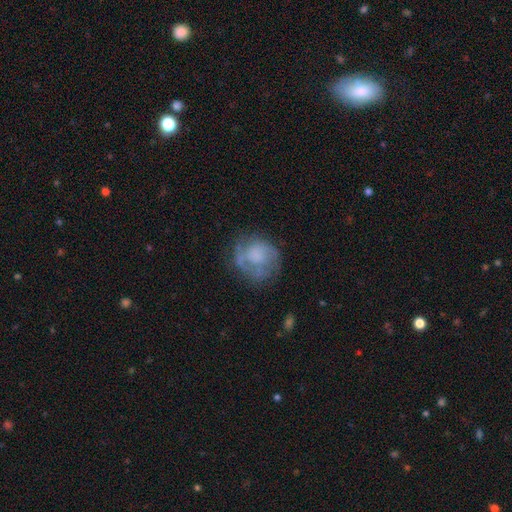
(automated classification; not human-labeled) featured or disk 47%, smooth 44%, star or artifact 9%. Down the decision tree: merging — none (54%).